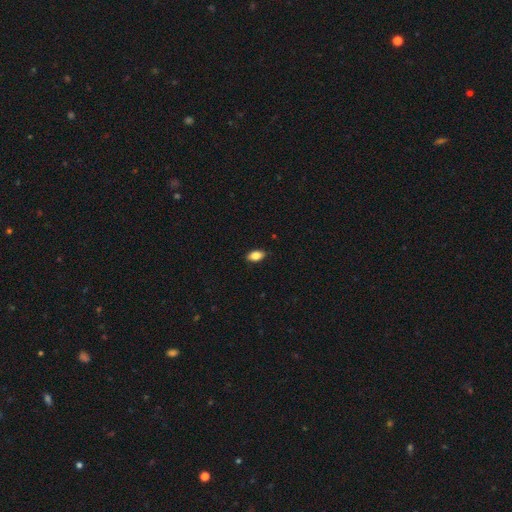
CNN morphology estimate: The model was most divided on "smooth or featured": smooth: 83%, featured or disk: 9%, star or artifact: 8%. More confident: how rounded — in between (91%); merging — none (87%).